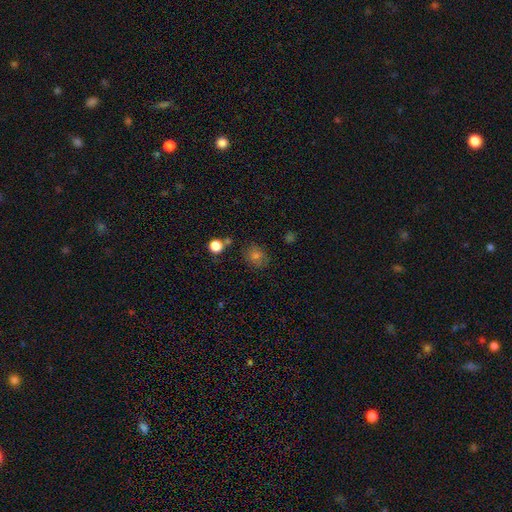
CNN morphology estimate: Smooth or featured? Predicted: smooth (p=0.71). How rounded? Predicted: round (p=0.69). Merging? Predicted: none (p=0.79).